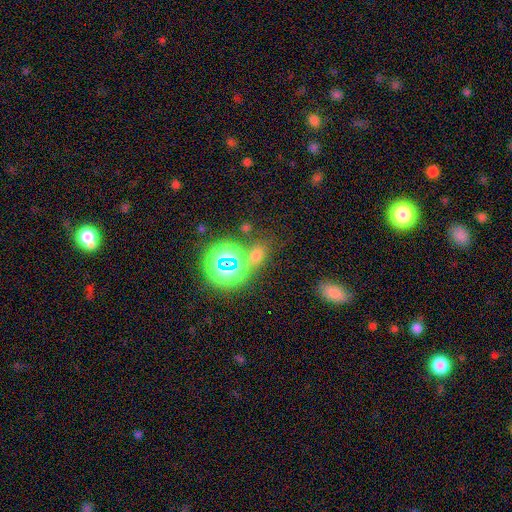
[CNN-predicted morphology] smooth 54%, star or artifact 39%, featured or disk 8%. Down the decision tree: how rounded — round (49%); merging — none (70%).